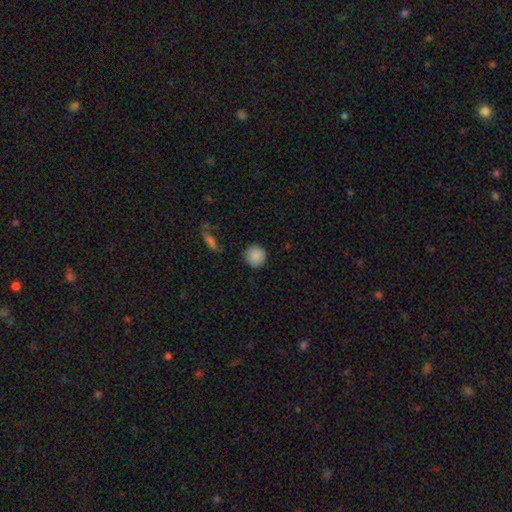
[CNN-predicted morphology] A smooth galaxy with no disk features (88%) that is round (93%). Merging: none (88%).